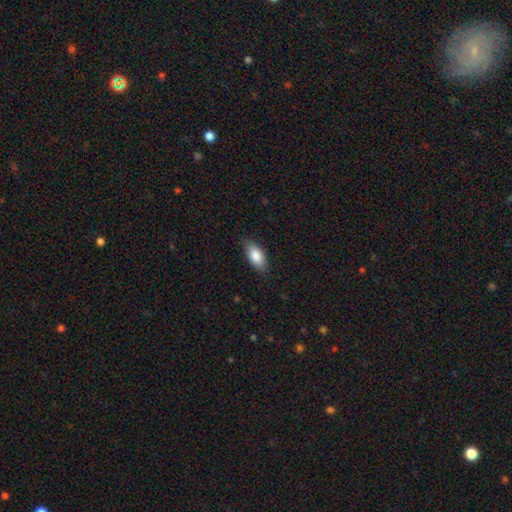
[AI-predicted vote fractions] Overall: smooth (86%). How rounded: in between (90%). Merging: none (83%).